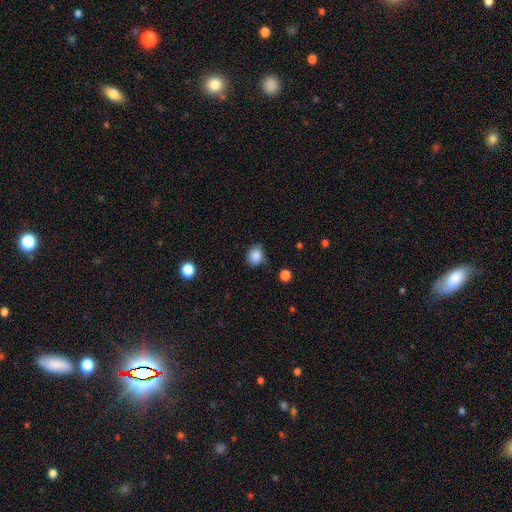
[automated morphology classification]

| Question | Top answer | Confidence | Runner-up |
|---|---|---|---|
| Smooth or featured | smooth | 86% | star or artifact (10%) |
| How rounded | round | 69% | in between (30%) |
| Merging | none | 75% | minor disturbance (20%) |